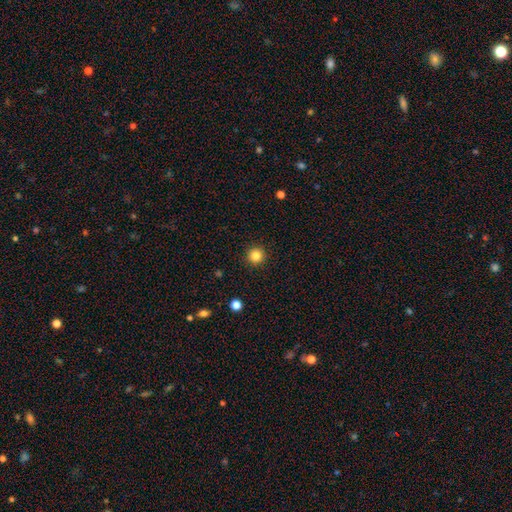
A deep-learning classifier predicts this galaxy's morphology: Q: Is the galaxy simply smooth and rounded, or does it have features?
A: smooth — 84%.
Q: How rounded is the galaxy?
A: round — 96%.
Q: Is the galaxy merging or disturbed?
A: none — 93%.